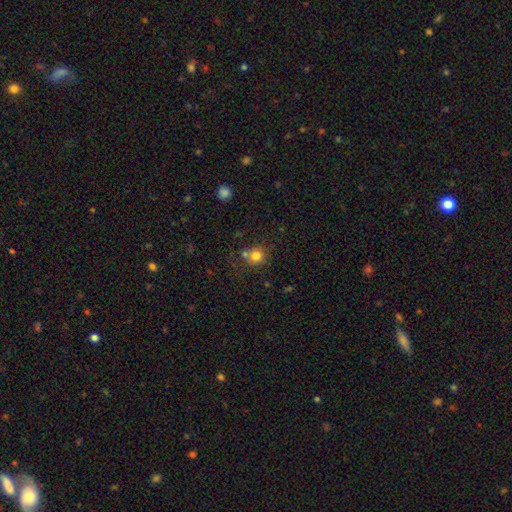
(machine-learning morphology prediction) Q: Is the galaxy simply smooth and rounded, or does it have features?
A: smooth — 79%.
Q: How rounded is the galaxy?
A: round — 89%.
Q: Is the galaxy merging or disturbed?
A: none — 63%.